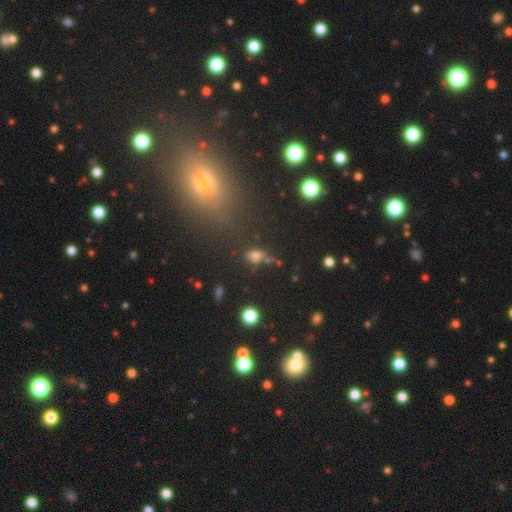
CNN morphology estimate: Smooth or featured?
  - smooth: 65% *
  - star or artifact: 23%
  - featured or disk: 12%
How rounded?
  - in between: 65% *
  - round: 30%
  - cigar-shaped: 5%
Merging?
  - none: 49% *
  - merger: 21%
  - minor disturbance: 18%
  - major disturbance: 12%